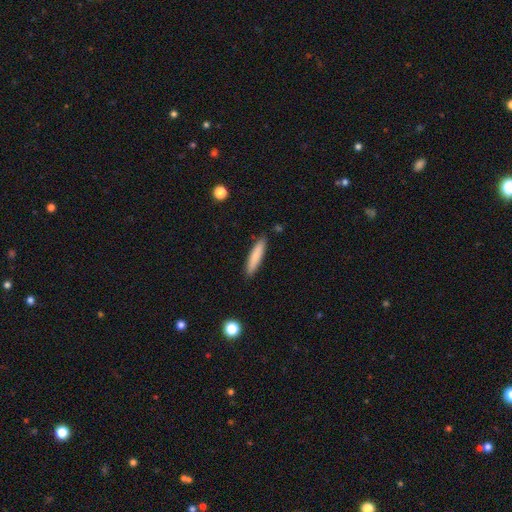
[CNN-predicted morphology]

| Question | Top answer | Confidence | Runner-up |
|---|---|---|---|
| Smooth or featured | smooth | 83% | featured or disk (12%) |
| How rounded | cigar-shaped | 84% | in between (15%) |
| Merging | none | 88% | minor disturbance (9%) |